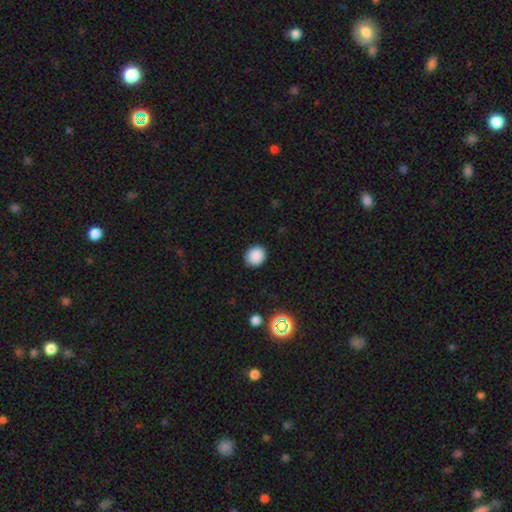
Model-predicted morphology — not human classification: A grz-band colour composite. It shows a smooth galaxy with no disk features (87%) that is round (76%). Merging: none (90%).